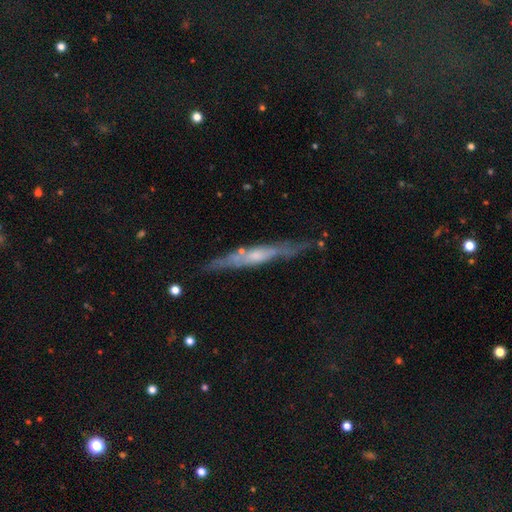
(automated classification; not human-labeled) The model was most divided on "edge-on bulge": rounded: 49%, none: 39%, boxy: 13%. More confident: edge-on disk — yes (85%); merging — none (71%); smooth or featured — featured or disk (66%).